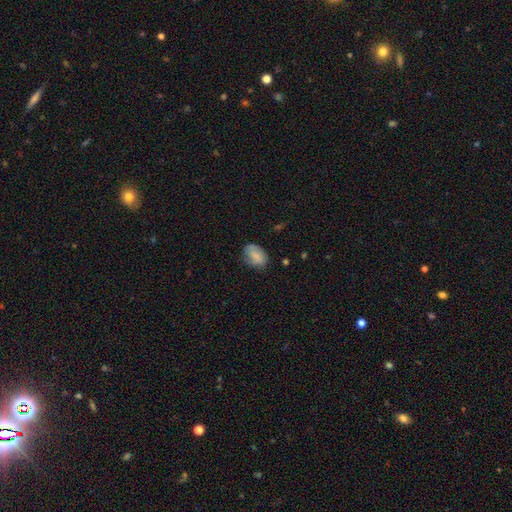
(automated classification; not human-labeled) smooth-or-featured: smooth: 79% | featured or disk: 13% | star or artifact: 8%
  how-rounded: in between: 84% | round: 15% | cigar-shaped: 1%
  merging: none: 64% | minor disturbance: 28% | major disturbance: 7% | merger: 2%